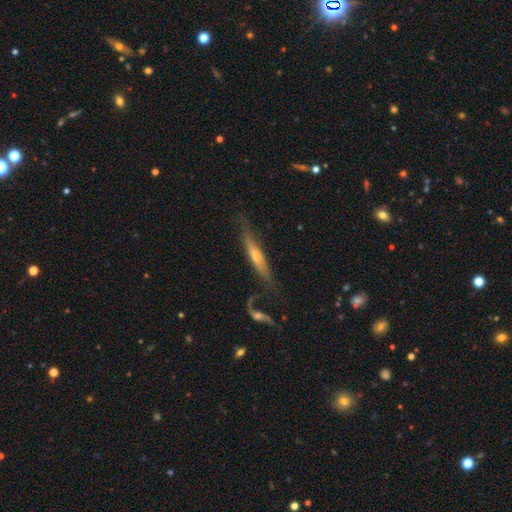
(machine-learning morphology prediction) featured or disk 66%, smooth 27%, star or artifact 7%. Down the decision tree: edge-on disk — yes (85%); edge-on bulge — rounded (77%); merging — none (65%).